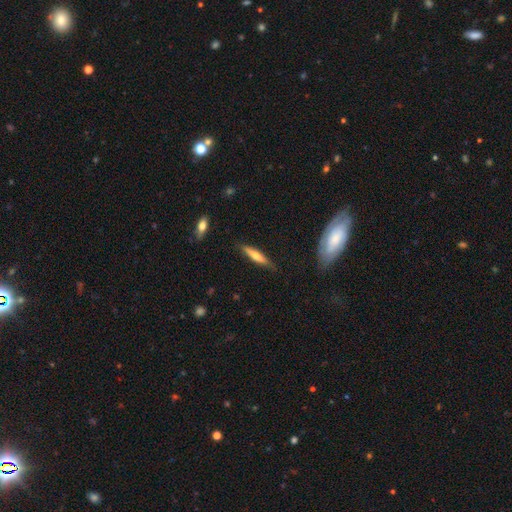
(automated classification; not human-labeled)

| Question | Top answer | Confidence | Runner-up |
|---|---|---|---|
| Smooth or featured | smooth | 56% | featured or disk (38%) |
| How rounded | cigar-shaped | 84% | in between (14%) |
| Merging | none | 82% | minor disturbance (14%) |